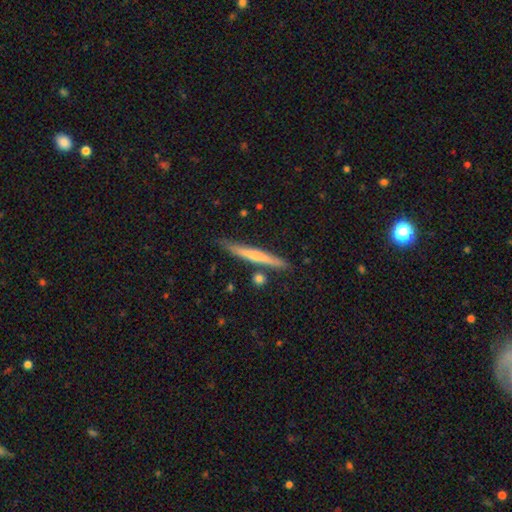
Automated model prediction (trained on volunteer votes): Smooth or featured: smooth — 53% (featured or disk — 41%)
How rounded: cigar-shaped — 96% (in between — 3%)
Merging: none — 80% (minor disturbance — 13%)